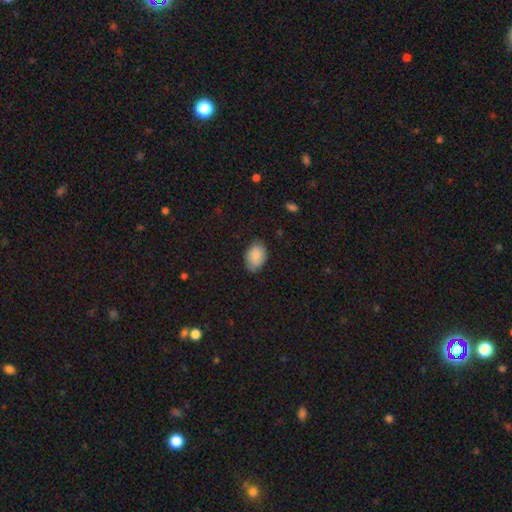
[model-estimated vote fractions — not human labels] A smooth galaxy with no disk features (87%) that is in between round and cigar-shaped (86%).

Vote fractions:
- Smooth or featured? smooth: 87% / star or artifact: 6% / featured or disk: 6%
- How rounded? in between: 86% / round: 13% / cigar-shaped: 1%
- Merging? none: 79% / minor disturbance: 17% / major disturbance: 3% / merger: 1%